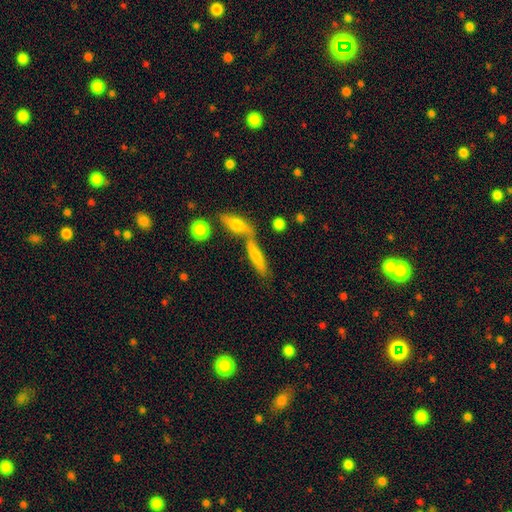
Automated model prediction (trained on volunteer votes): This appears to be a smooth galaxy with no disk features (67%) that is cigar-shaped (71%). Merging: none (48%).